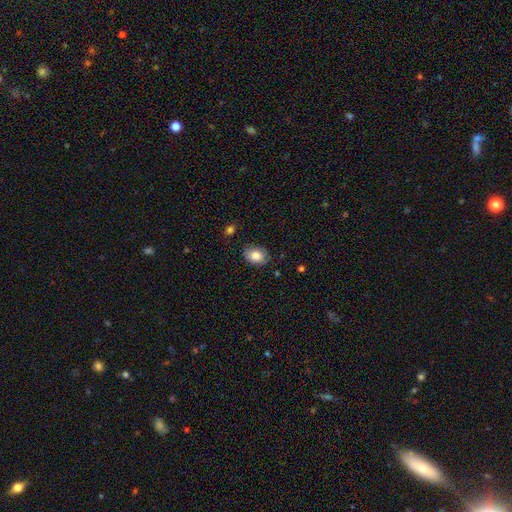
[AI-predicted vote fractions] Smooth or featured?
  - smooth: 81% *
  - featured or disk: 11%
  - star or artifact: 8%
How rounded?
  - in between: 75% *
  - round: 24%
  - cigar-shaped: 1%
Merging?
  - none: 75% *
  - minor disturbance: 20%
  - major disturbance: 4%
  - merger: 2%